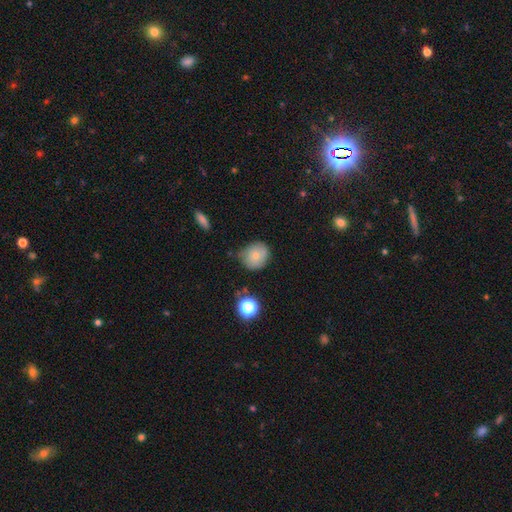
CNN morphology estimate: Overall: smooth (72%). How rounded: round (79%). Merging: none (62%; minor disturbance 28%).